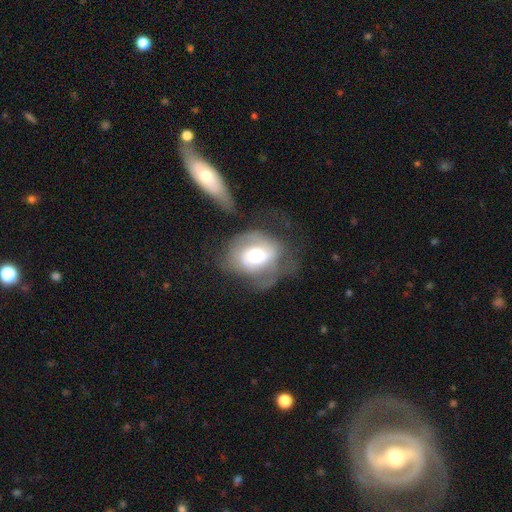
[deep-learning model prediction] A featured or disk galaxy (55%) with no bar (64%), spiral arms (66%) and a moderate central bulge (54%). Merging: none (37%).